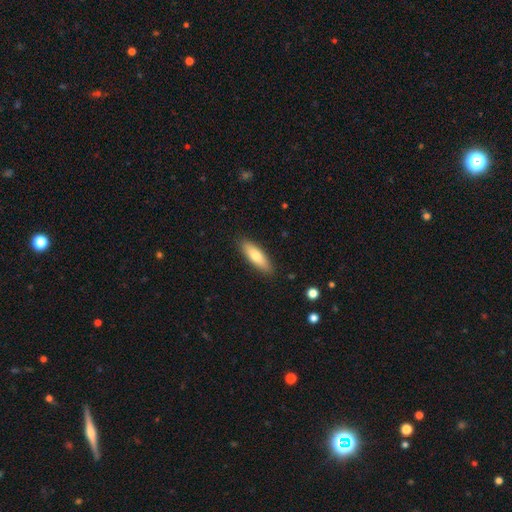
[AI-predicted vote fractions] Smooth or featured? Predicted: smooth (p=0.72). How rounded? Predicted: cigar-shaped (p=0.51). Merging? Predicted: none (p=0.88).